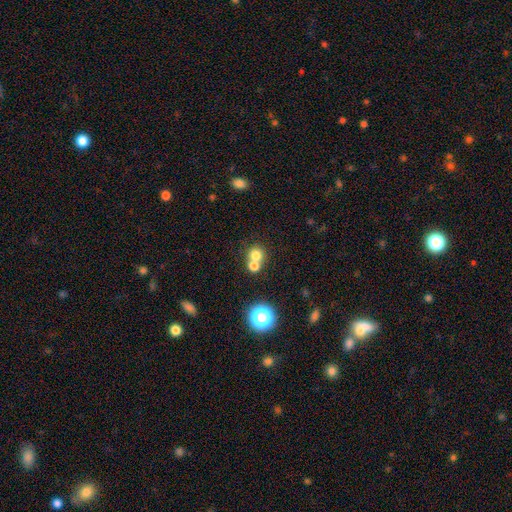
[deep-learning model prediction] smooth-or-featured: smooth: 75% | star or artifact: 14% | featured or disk: 11%
  how-rounded: round: 84% | in between: 15% | cigar-shaped: 1%
  merging: merger: 52% | none: 40% | minor disturbance: 5% | major disturbance: 2%